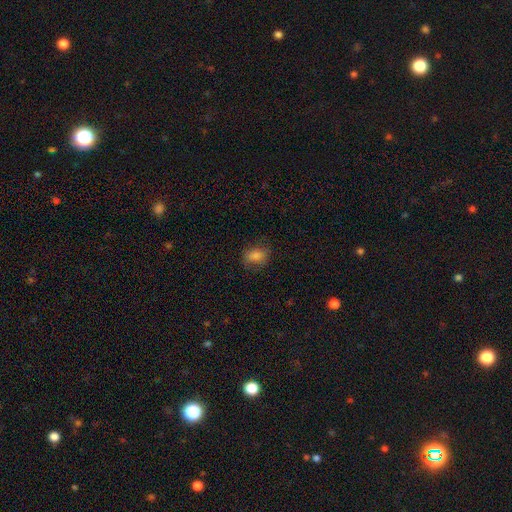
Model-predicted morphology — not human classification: type=smooth (80%); roundness=in between (66%); merging=none (73%).